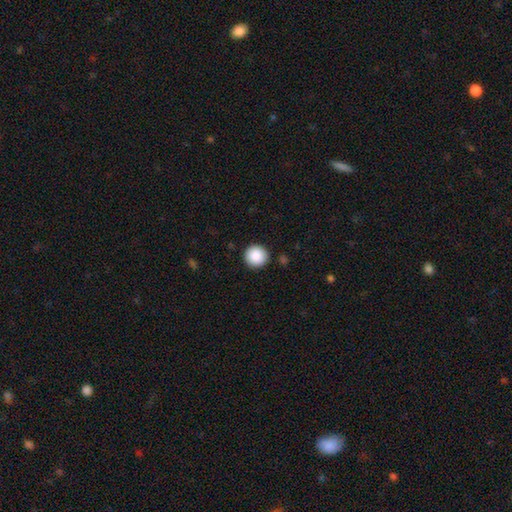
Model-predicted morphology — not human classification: Smooth or featured? Predicted: smooth (p=0.89). How rounded? Predicted: round (p=0.95). Merging? Predicted: none (p=0.91).